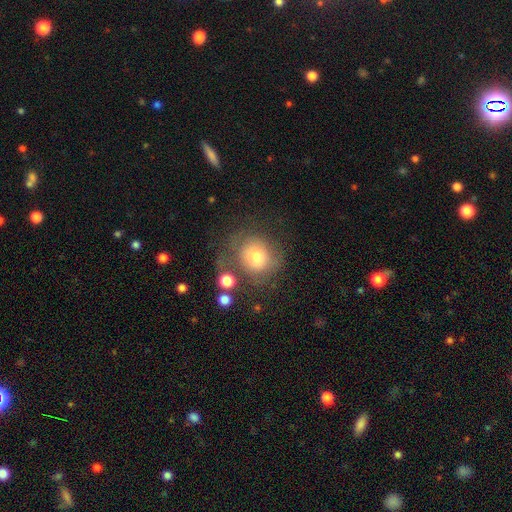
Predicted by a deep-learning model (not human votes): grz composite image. It shows a smooth galaxy with no disk features (67%) that is round (80%). Merging: none (55%).